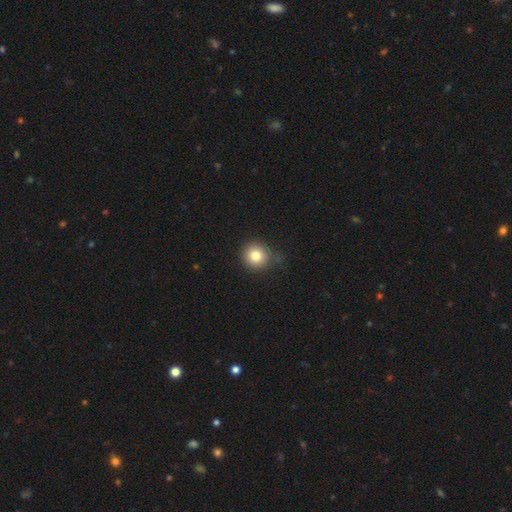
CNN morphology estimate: Smooth or featured?
  - smooth: 81% *
  - star or artifact: 11%
  - featured or disk: 8%
How rounded?
  - round: 91% *
  - in between: 8%
  - cigar-shaped: 1%
Merging?
  - none: 73% *
  - minor disturbance: 20%
  - major disturbance: 5%
  - merger: 2%